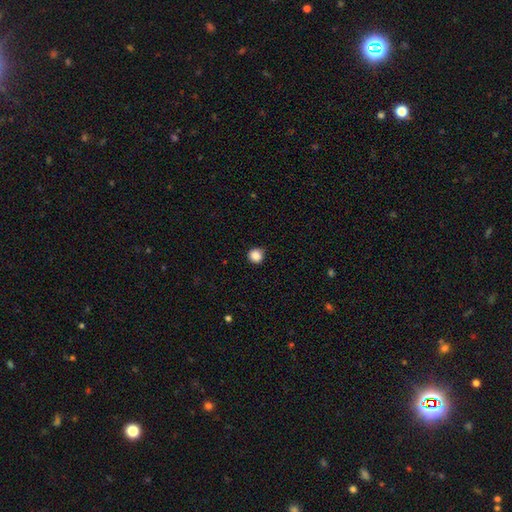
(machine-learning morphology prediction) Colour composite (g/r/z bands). It shows a smooth galaxy with no disk features (88%) that is round (91%). Merging: none (89%).